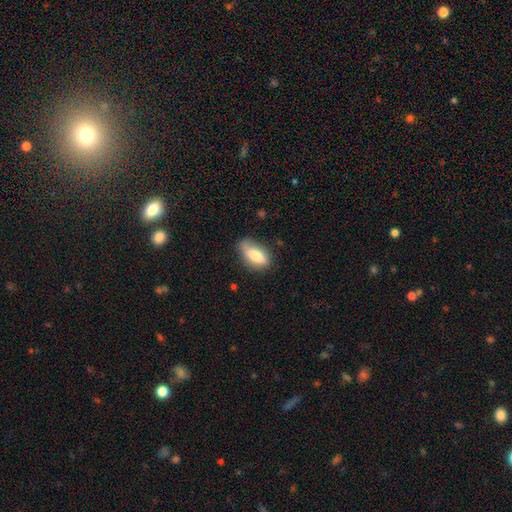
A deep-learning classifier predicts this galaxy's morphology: type=smooth (79%); roundness=in between (87%); merging=none (62%).